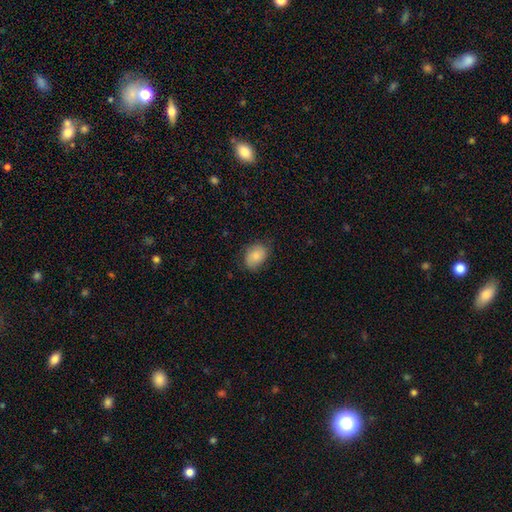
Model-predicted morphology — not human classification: Smooth or featured: smooth — 81% (featured or disk — 12%)
How rounded: in between — 64% (round — 35%)
Merging: none — 74% (minor disturbance — 20%)